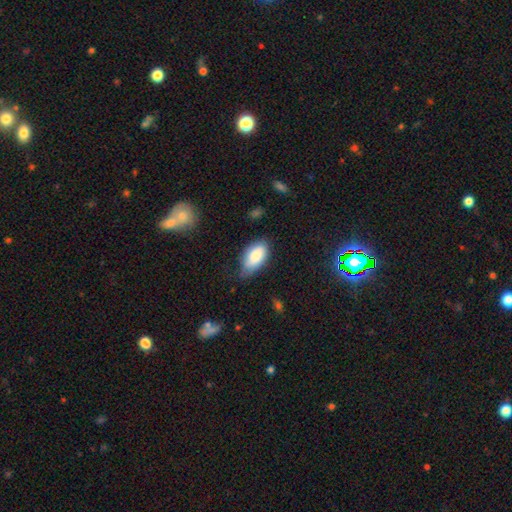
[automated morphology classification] The model was most divided on "merging": none: 55%, minor disturbance: 35%, major disturbance: 8%, merger: 2%. More confident: how rounded — in between (94%); smooth or featured — smooth (82%).